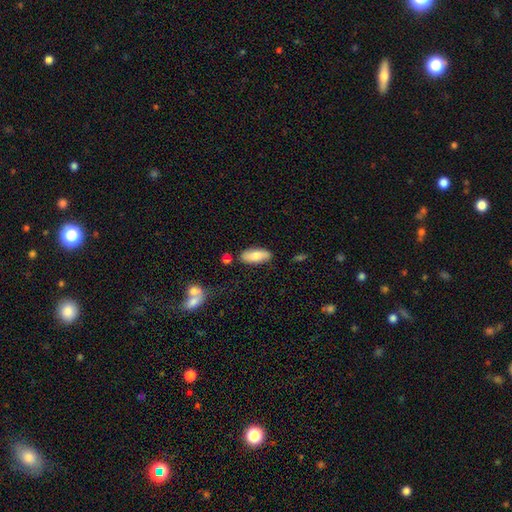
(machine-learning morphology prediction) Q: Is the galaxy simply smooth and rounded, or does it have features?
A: smooth — 79%.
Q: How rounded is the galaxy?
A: in between — 77%.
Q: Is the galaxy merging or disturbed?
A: none — 81%.